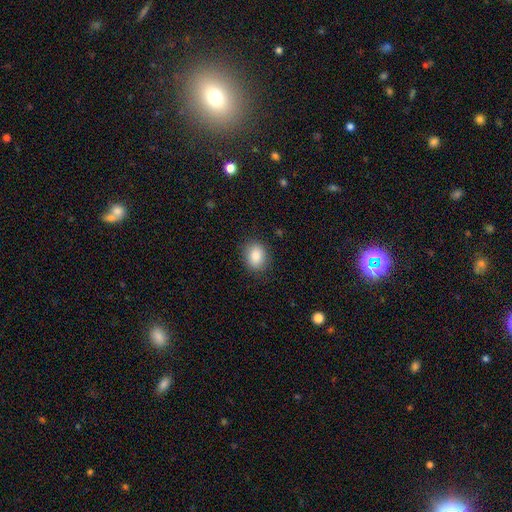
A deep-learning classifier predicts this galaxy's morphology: smooth_or_featured: smooth (p=0.87) [alt: star or artifact p=0.08]
how_rounded: in between (p=0.63) [alt: round p=0.36]
merging: none (p=0.85) [alt: minor disturbance p=0.11]